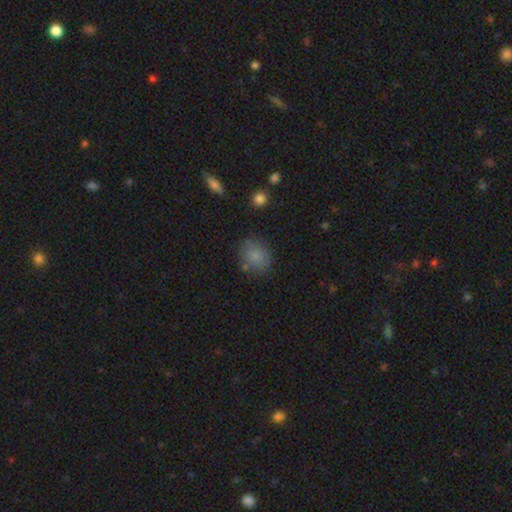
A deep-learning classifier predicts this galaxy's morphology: Smooth or featured? Predicted: smooth (p=0.81). How rounded? Predicted: round (p=0.60). Merging? Predicted: none (p=0.75).